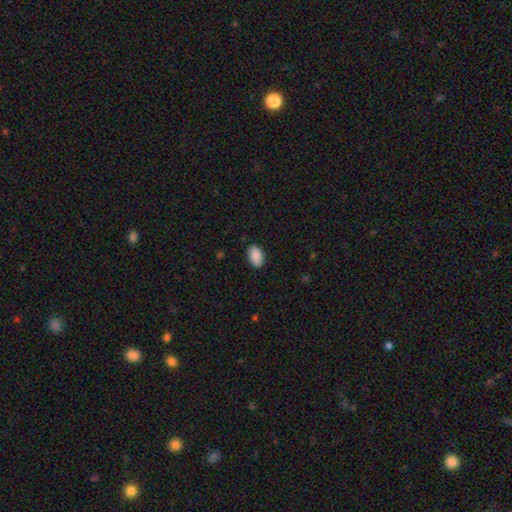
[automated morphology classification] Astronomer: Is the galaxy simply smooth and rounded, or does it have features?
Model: smooth — 90%.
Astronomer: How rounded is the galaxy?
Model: in between — 93%.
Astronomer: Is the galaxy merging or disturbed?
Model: none — 87%.